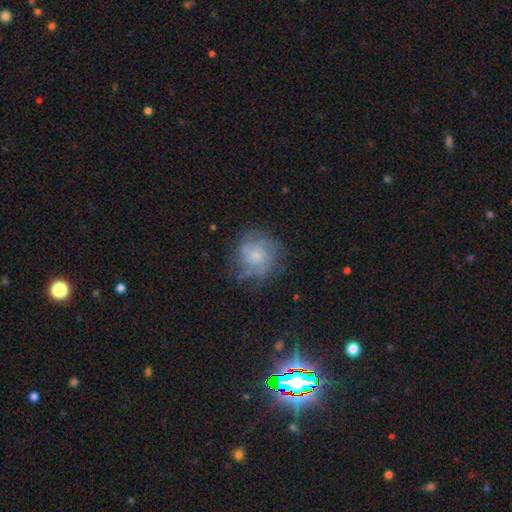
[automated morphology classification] The model was most divided on "smooth or featured": featured or disk: 54%, smooth: 36%, star or artifact: 10%. More confident: edge-on disk — no (98%); bar — no (80%); spiral arms — yes (80%); merging — none (65%); bulge size — small (62%).